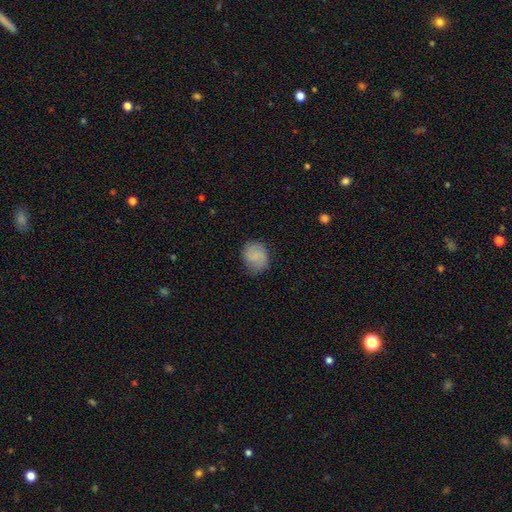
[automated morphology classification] type=smooth (72%); roundness=round (70%); merging=none (68%).